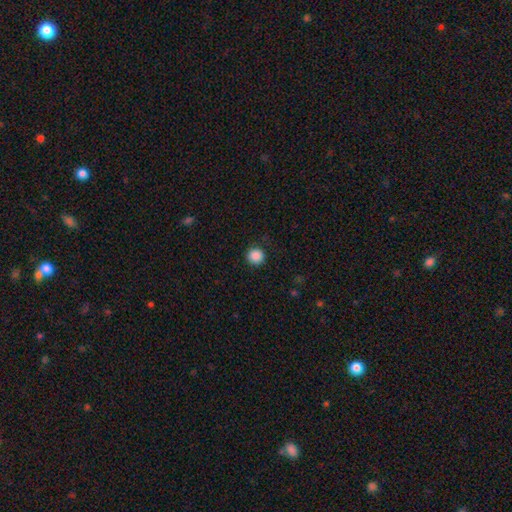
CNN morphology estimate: Q: Smooth or featured?
A: smooth (88%); runner-up: star or artifact (10%)
Q: How rounded?
A: round (95%); runner-up: in between (5%)
Q: Merging?
A: none (89%); runner-up: minor disturbance (7%)